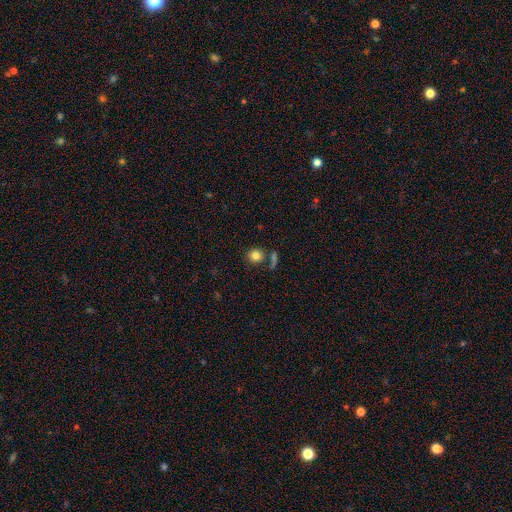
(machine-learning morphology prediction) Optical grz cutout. It shows a smooth galaxy with no disk features (81%) that is round (84%). Merging: none (71%).